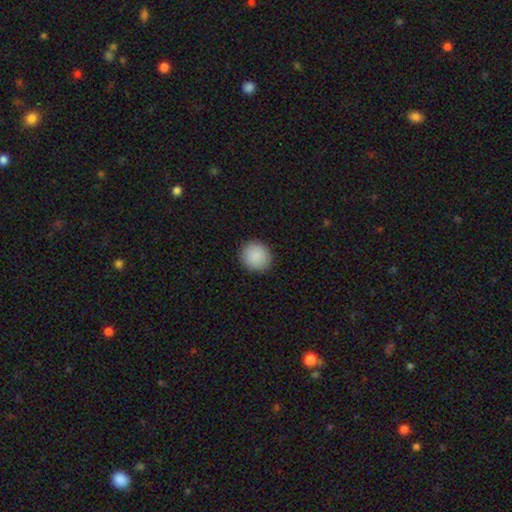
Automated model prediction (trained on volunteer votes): Smooth or featured: smooth — 89% (star or artifact — 7%)
How rounded: round — 88% (in between — 11%)
Merging: none — 91% (minor disturbance — 6%)